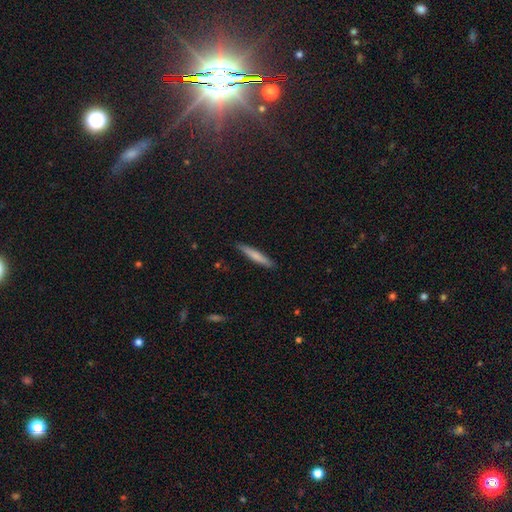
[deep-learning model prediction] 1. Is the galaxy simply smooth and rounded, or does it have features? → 73% smooth, 22% featured or disk, 6% star or artifact.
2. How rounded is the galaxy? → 93% cigar-shaped, 5% in between, 1% round.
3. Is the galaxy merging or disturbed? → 88% none, 10% minor disturbance, 2% major disturbance, 1% merger.